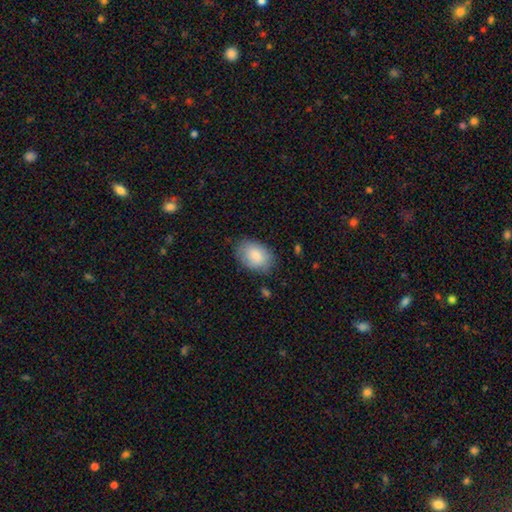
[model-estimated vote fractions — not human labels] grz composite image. It shows a smooth galaxy with no disk features (84%) that is in between round and cigar-shaped (85%). Merging: none (76%).